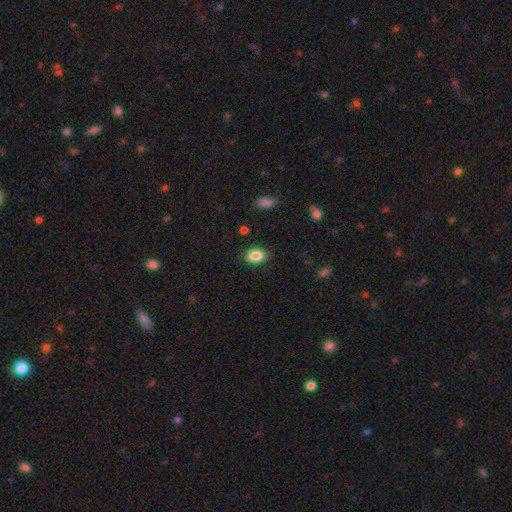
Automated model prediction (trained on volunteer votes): Smooth or featured? Predicted: smooth (p=0.86). How rounded? Predicted: in between (p=0.83). Merging? Predicted: none (p=0.86).